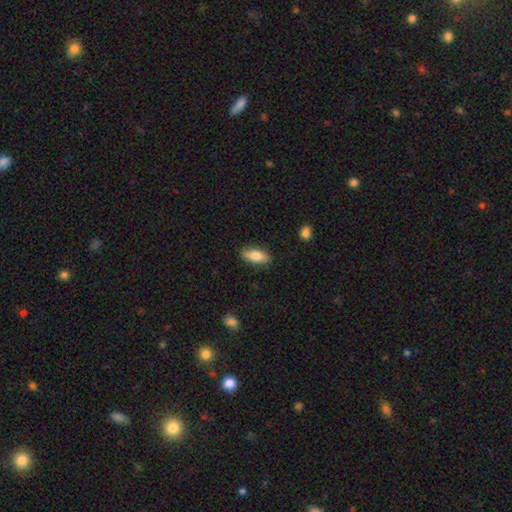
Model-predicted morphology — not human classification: type=smooth (77%); roundness=in between (75%); merging=none (87%).